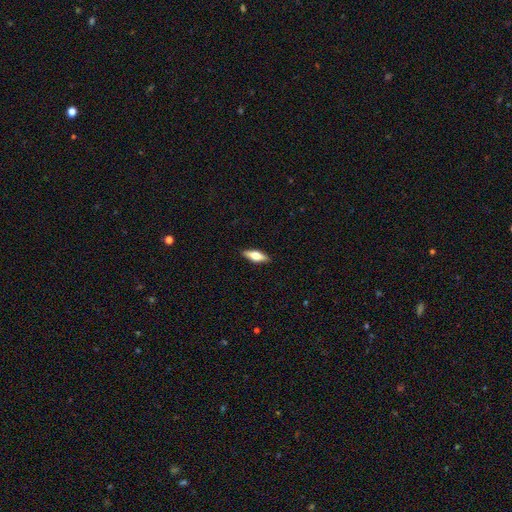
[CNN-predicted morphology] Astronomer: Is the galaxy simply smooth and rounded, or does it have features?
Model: smooth — 54% (runner-up: featured or disk, 40%).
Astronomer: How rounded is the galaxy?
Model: in between — 58% (runner-up: cigar-shaped, 40%).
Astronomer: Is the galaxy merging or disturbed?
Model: none — 90%.